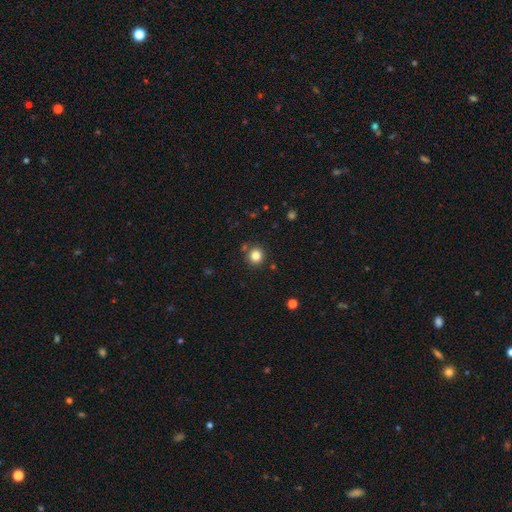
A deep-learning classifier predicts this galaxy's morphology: smooth-or-featured: smooth: 83% | star or artifact: 12% | featured or disk: 5%
  how-rounded: round: 92% | in between: 7% | cigar-shaped: 1%
  merging: none: 86% | minor disturbance: 7% | merger: 4% | major disturbance: 2%